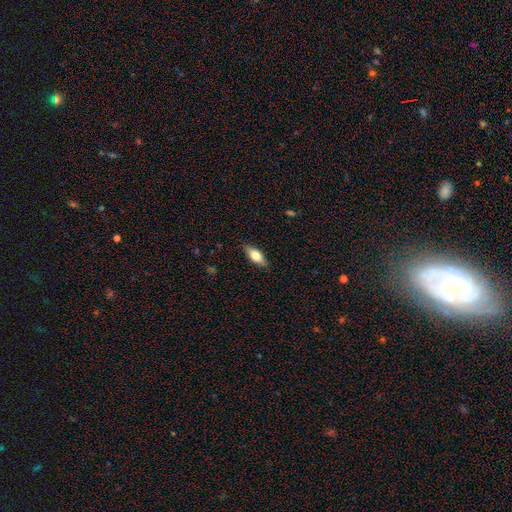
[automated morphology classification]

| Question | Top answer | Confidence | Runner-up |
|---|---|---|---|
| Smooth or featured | smooth | 70% | featured or disk (23%) |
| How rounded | in between | 75% | cigar-shaped (22%) |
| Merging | none | 86% | minor disturbance (11%) |